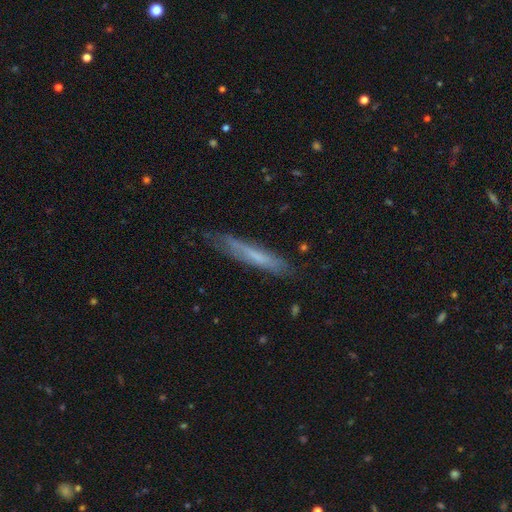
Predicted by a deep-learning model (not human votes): smooth-or-featured: smooth: 52% | featured or disk: 41% | star or artifact: 7%
  how-rounded: cigar-shaped: 92% | in between: 7% | round: 1%
  merging: none: 72% | minor disturbance: 21% | major disturbance: 5% | merger: 2%